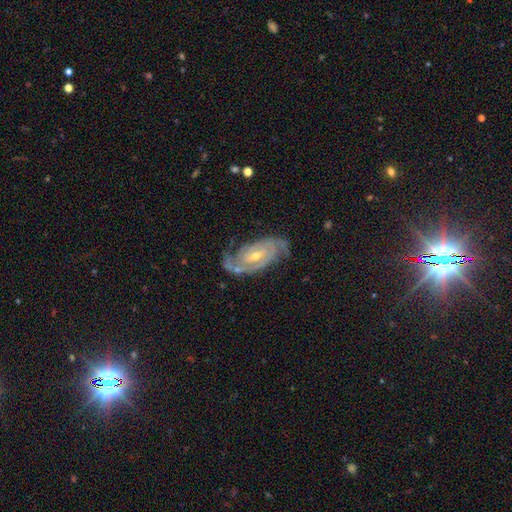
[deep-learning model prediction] smooth_or_featured: featured or disk (p=0.90) [alt: star or artifact p=0.05]
disk_edge_on: no (p=0.96) [alt: yes p=0.04]
bar: no (p=0.45) [alt: weak p=0.40]
has_spiral_arms: yes (p=0.98) [alt: no p=0.02]
spiral_winding: tight (p=0.57) [alt: medium p=0.35]
spiral_arm_count: 2 (p=0.73) [alt: 3 p=0.10]
bulge_size: small (p=0.53) [alt: moderate p=0.44]
merging: none (p=0.73) [alt: minor disturbance p=0.17]